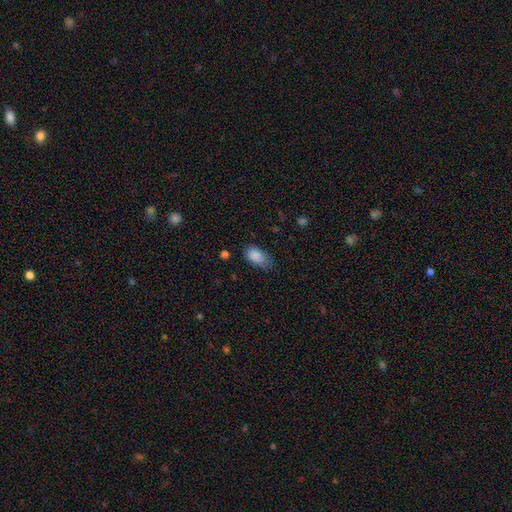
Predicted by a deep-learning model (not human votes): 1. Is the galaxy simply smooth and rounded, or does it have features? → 86% smooth, 7% star or artifact, 6% featured or disk.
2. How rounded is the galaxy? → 93% in between, 5% round, 3% cigar-shaped.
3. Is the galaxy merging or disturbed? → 62% none, 30% minor disturbance, 7% major disturbance, 2% merger.